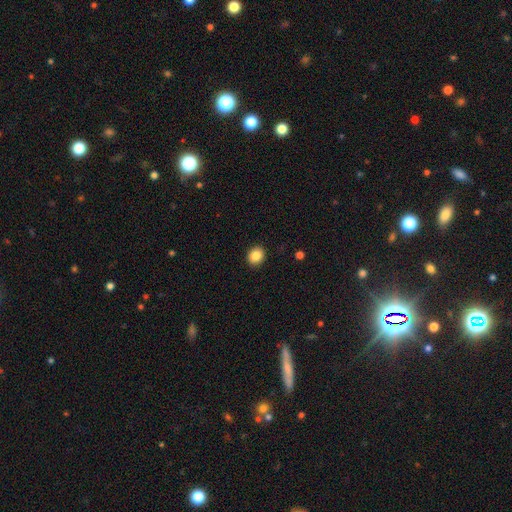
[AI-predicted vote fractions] A smooth galaxy with no disk features (87%) that is round (59%). Merging: none (90%).